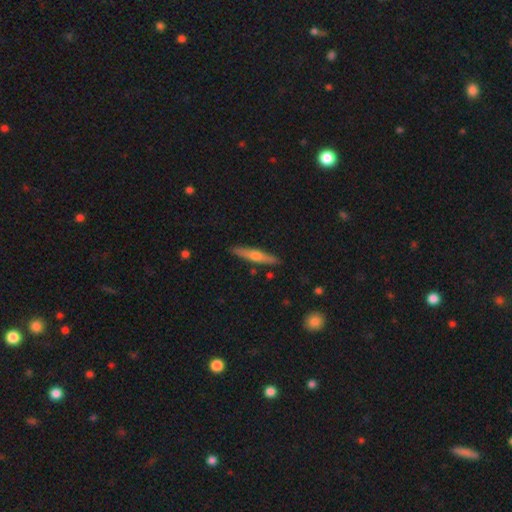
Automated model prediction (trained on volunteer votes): The model was most divided on "smooth or featured": featured or disk: 55%, smooth: 39%, star or artifact: 6%. More confident: edge-on disk — yes (95%); merging — none (89%); edge-on bulge — rounded (88%).